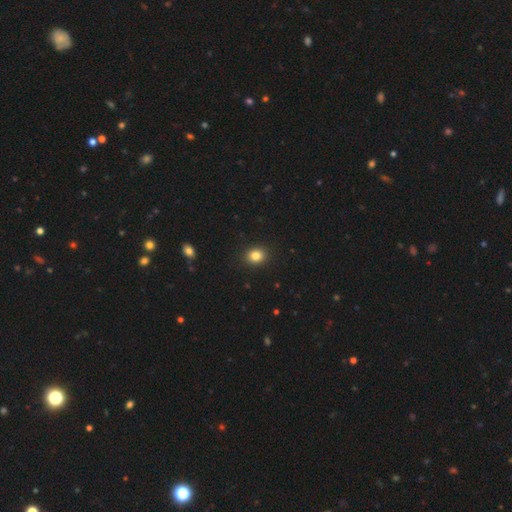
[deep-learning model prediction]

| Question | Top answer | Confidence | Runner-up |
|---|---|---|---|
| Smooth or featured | smooth | 84% | star or artifact (10%) |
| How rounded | round | 62% | in between (37%) |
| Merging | none | 91% | minor disturbance (6%) |